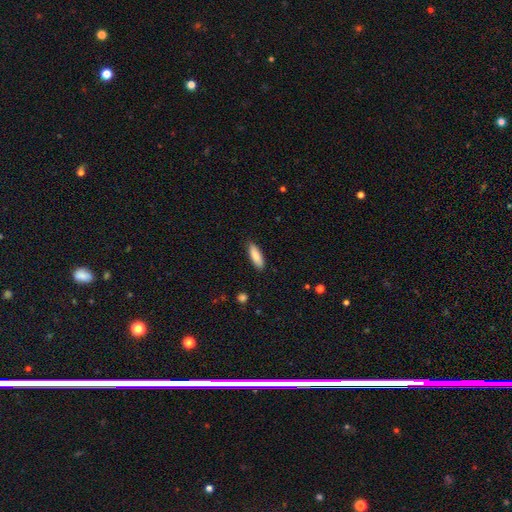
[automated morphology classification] Smooth or featured? smooth (88%)
How rounded? in between (52%)
Merging? none (87%)